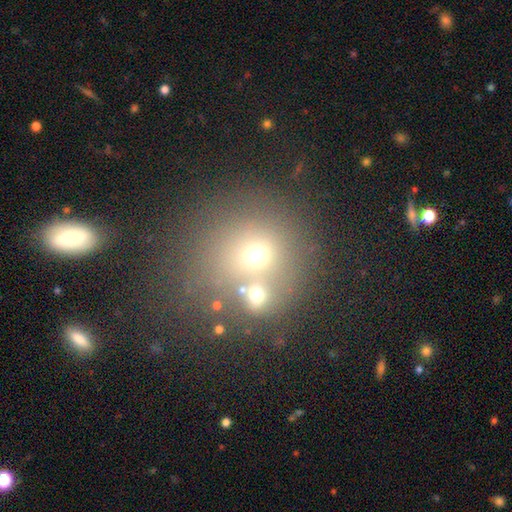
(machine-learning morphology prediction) Overall: smooth (61%; star or artifact 23%). How rounded: round (85%). Merging: none (53%; merger 31%).